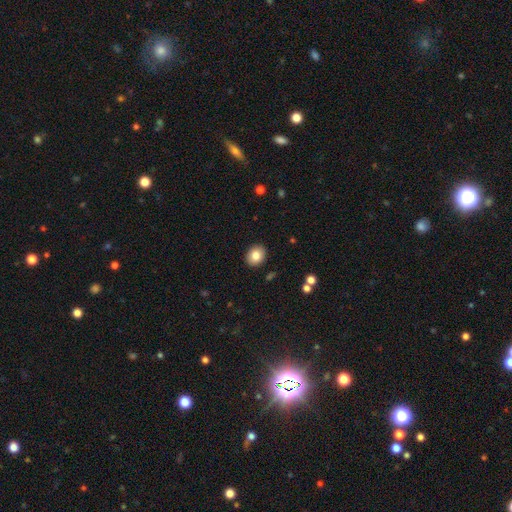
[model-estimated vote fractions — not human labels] The model was most divided on "how rounded": round: 56%, in between: 43%, cigar-shaped: 1%. More confident: merging — none (91%); smooth or featured — smooth (83%).